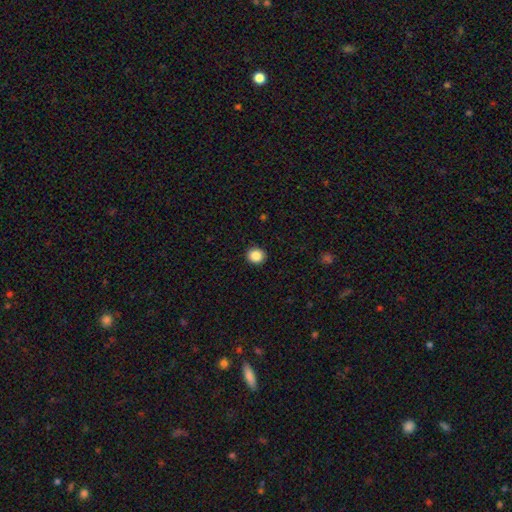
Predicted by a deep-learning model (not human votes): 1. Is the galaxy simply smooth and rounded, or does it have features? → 87% smooth, 9% star or artifact, 3% featured or disk.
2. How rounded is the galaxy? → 84% round, 15% in between, 1% cigar-shaped.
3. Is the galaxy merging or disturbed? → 92% none, 5% minor disturbance, 2% major disturbance, 1% merger.